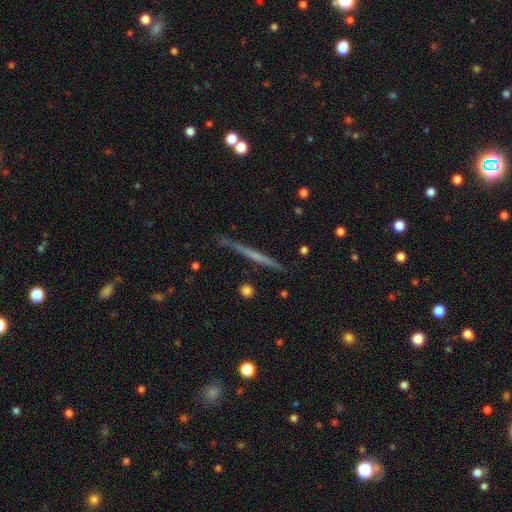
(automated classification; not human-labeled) Smooth or featured? Predicted: featured or disk (p=0.54). Edge-on disk? Predicted: yes (p=0.97). Edge-on bulge? Predicted: none (p=0.86). Merging? Predicted: none (p=0.86).